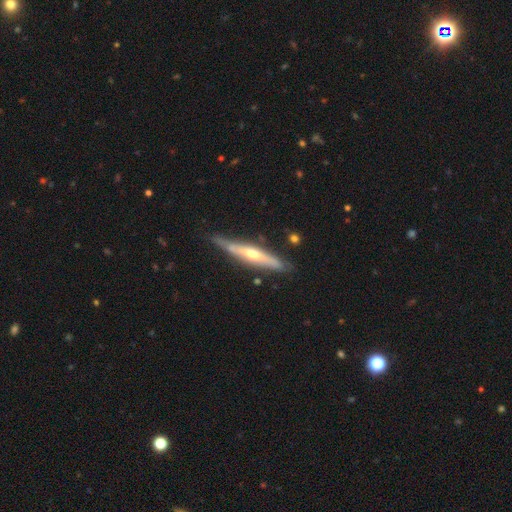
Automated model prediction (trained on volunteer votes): smooth-or-featured: featured or disk: 69% | smooth: 26% | star or artifact: 5%
  disk-edge-on: yes: 91% | no: 9%
    edge-on-bulge: rounded: 82% | none: 13% | boxy: 6%
  merging: none: 78% | minor disturbance: 17% | major disturbance: 3% | merger: 2%